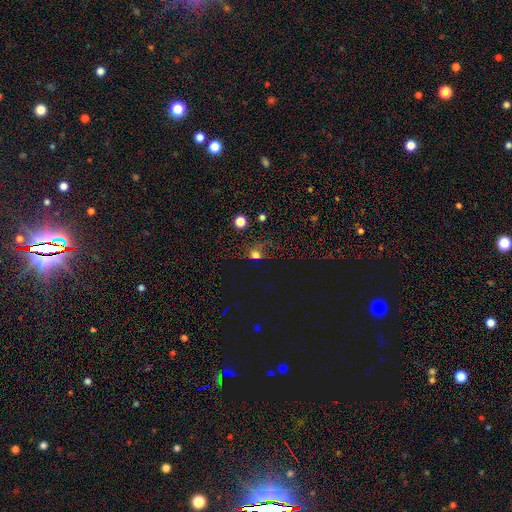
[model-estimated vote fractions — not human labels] A smooth galaxy with no disk features (51%) that is round (68%). Merging: none (55%).